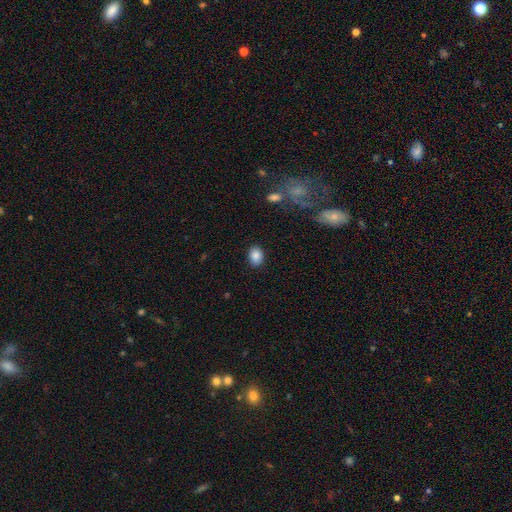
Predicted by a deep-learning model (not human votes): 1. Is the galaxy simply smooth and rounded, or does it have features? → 86% smooth, 8% star or artifact, 5% featured or disk.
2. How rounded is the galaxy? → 67% in between, 32% round, 1% cigar-shaped.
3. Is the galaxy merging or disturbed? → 87% none, 9% minor disturbance, 3% major disturbance, 1% merger.